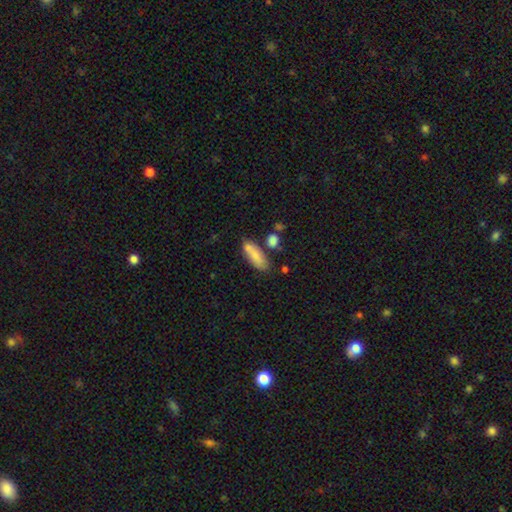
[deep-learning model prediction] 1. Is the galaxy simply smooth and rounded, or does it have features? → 78% smooth, 15% featured or disk, 7% star or artifact.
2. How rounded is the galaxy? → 66% in between, 32% cigar-shaped, 3% round.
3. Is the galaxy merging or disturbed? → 58% none, 18% minor disturbance, 18% merger, 6% major disturbance.